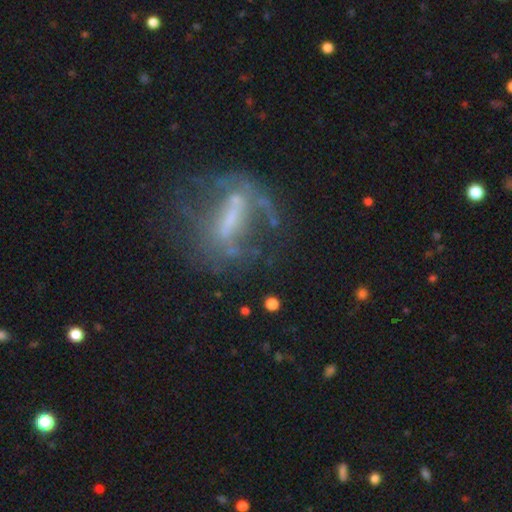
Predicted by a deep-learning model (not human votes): Smooth or featured? featured or disk (69%)
Edge-on disk? no (87%)
Bar? strong (55%)
Spiral arms? no (52%)
Bulge size? none (38%)
Merging? none (49%)